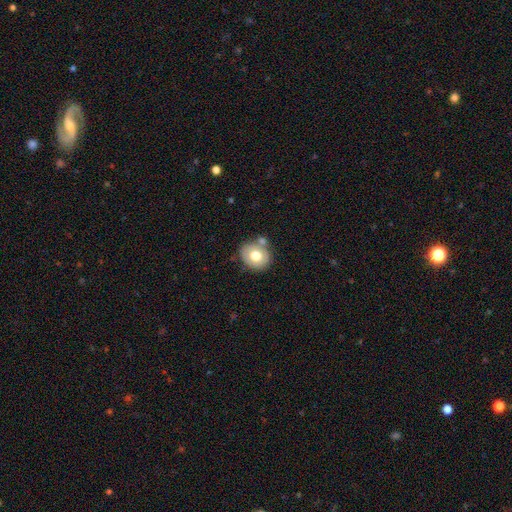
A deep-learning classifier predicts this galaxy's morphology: Smooth or featured?
  - smooth: 67% *
  - featured or disk: 24%
  - star or artifact: 8%
How rounded?
  - round: 70% *
  - in between: 29%
  - cigar-shaped: 1%
Merging?
  - none: 65% *
  - merger: 16%
  - minor disturbance: 15%
  - major disturbance: 4%